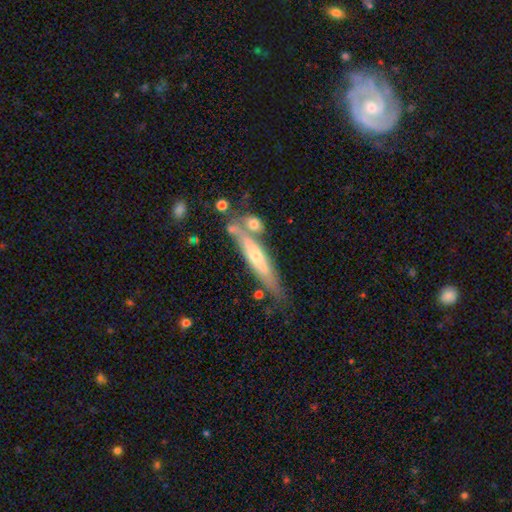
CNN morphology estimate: Smooth or featured?
  - featured or disk: 62% *
  - smooth: 31%
  - star or artifact: 7%
Edge-on disk?
  - yes: 83% *
  - no: 17%
Edge-on bulge?
  - rounded: 75% *
  - none: 20%
  - boxy: 5%
Merging?
  - none: 63% *
  - minor disturbance: 17%
  - merger: 16%
  - major disturbance: 5%